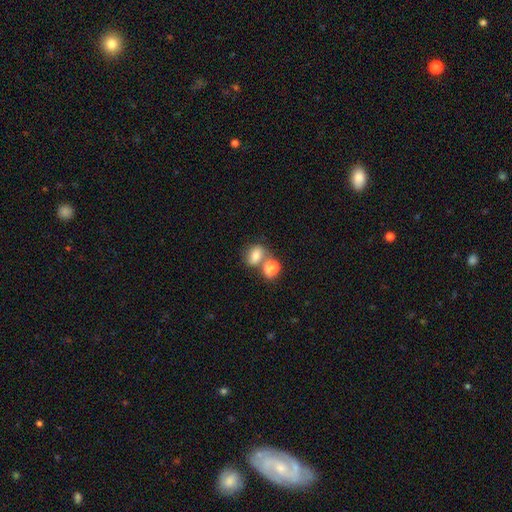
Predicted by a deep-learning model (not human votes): smooth 76%, featured or disk 14%, star or artifact 10%. Down the decision tree: how rounded — in between (61%); merging — merger (50%).